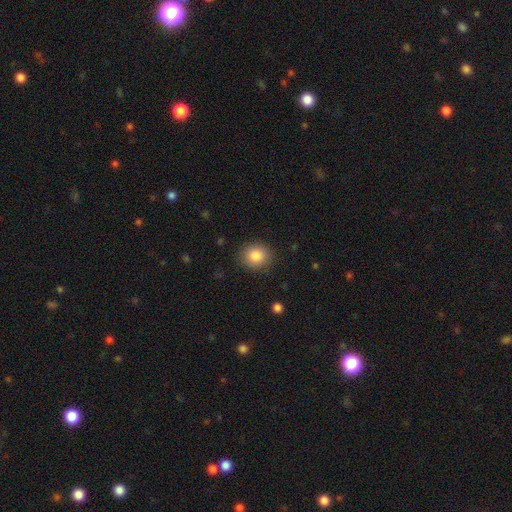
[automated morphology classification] A smooth galaxy with no disk features (85%) that is round (71%).

Vote fractions:
- Smooth or featured? smooth: 85% / star or artifact: 9% / featured or disk: 6%
- How rounded? round: 71% / in between: 28% / cigar-shaped: 1%
- Merging? none: 86% / minor disturbance: 10% / major disturbance: 3% / merger: 1%